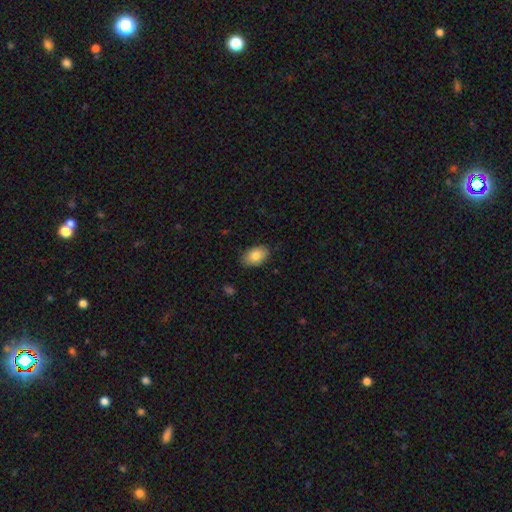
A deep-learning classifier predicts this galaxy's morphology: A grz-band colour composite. It shows a smooth galaxy with no disk features (82%) that is in between round and cigar-shaped (90%). Merging: none (84%).